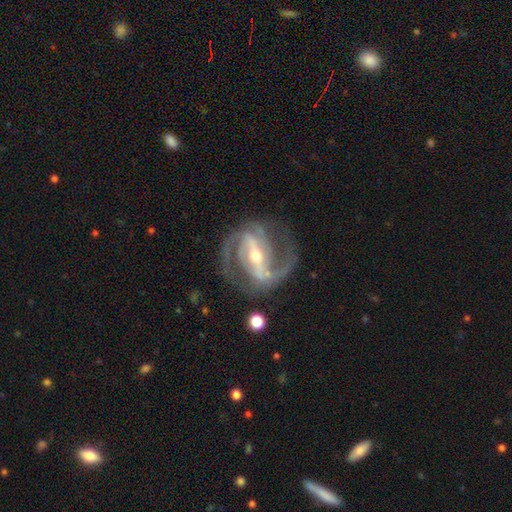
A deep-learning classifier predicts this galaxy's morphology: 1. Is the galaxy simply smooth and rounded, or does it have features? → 92% featured or disk, 5% star or artifact, 3% smooth.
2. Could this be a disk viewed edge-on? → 96% no, 4% yes.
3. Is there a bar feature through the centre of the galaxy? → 71% strong, 22% weak, 8% no.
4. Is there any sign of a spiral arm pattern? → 98% yes, 2% no.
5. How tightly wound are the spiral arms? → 55% medium, 30% tight, 15% loose.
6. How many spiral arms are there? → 83% 2, 9% 3, 3% can't tell, 2% 1, 2% 4, 2% more than 4.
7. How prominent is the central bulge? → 50% small, 46% moderate, 2% large, 1% none, 1% dominant.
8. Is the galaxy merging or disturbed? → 74% none, 15% minor disturbance, 9% major disturbance, 2% merger.